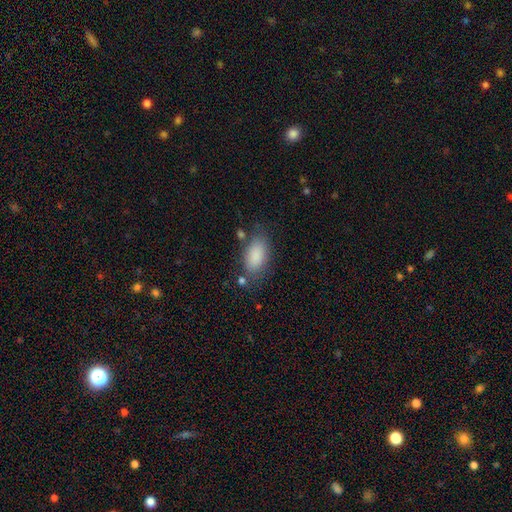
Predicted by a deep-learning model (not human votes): smooth_or_featured: smooth (p=0.87) [alt: star or artifact p=0.07]
how_rounded: in between (p=0.92) [alt: cigar-shaped p=0.05]
merging: none (p=0.71) [alt: minor disturbance p=0.18]